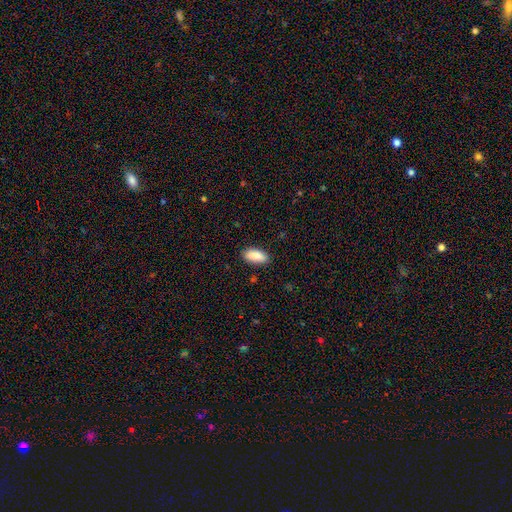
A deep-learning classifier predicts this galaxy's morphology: Overall: smooth (90%). How rounded: in between (87%). Merging: none (86%).